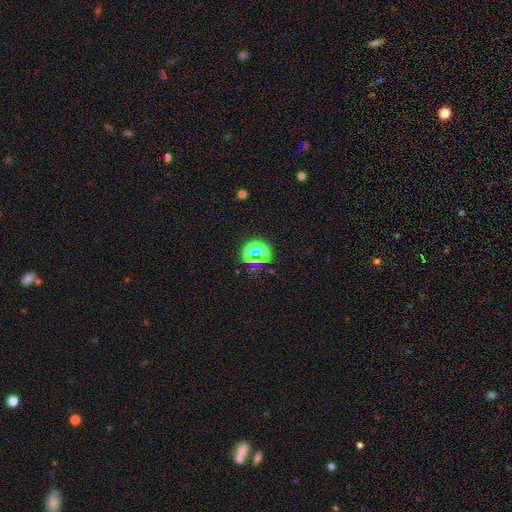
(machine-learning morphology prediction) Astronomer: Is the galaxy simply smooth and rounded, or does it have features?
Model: star or artifact — 67%.